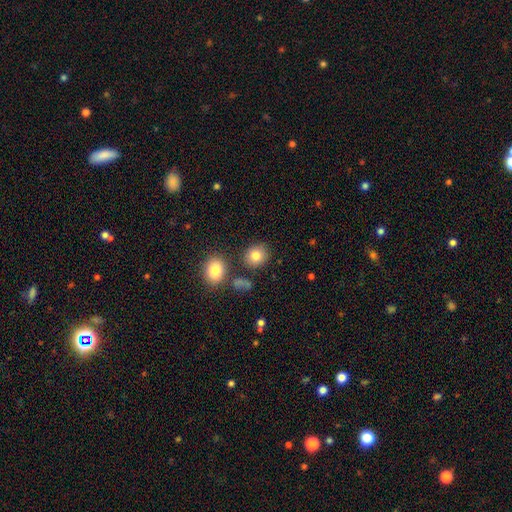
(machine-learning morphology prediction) type=smooth (82%); roundness=round (71%); merging=none (80%).